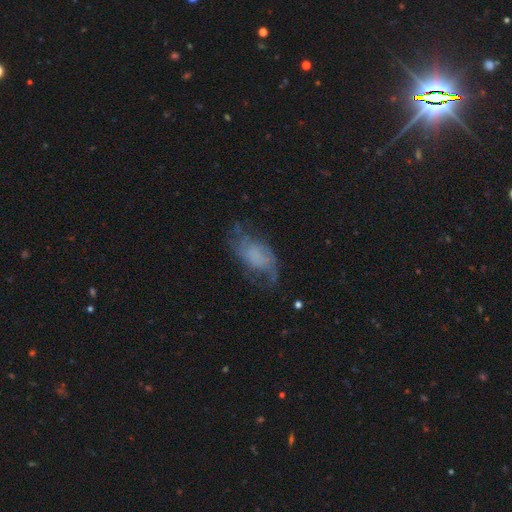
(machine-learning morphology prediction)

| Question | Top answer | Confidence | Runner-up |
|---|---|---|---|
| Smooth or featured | featured or disk | 58% | smooth (32%) |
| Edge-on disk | no | 95% | yes (5%) |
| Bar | no | 76% | weak (20%) |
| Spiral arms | yes | 74% | no (26%) |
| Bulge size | none | 62% | small (13%) |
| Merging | none | 49% | minor disturbance (25%) |